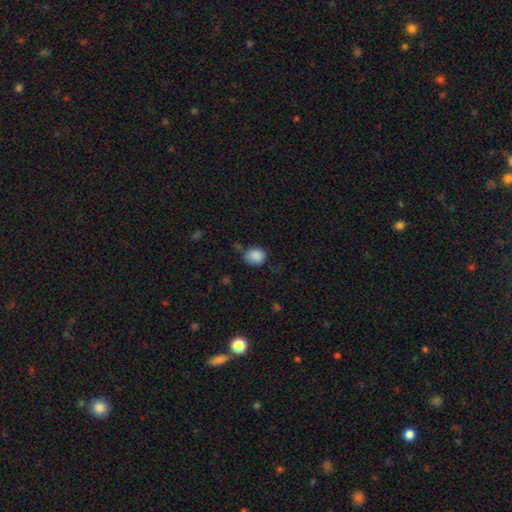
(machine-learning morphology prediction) type=smooth (87%); roundness=round (61%); merging=none (66%).